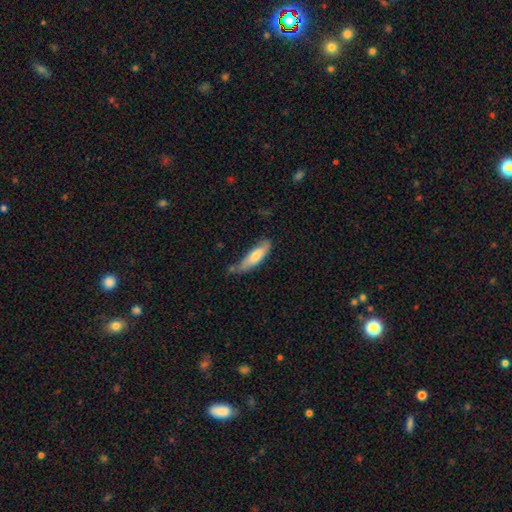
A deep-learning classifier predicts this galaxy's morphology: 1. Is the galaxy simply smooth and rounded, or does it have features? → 73% smooth, 21% featured or disk, 6% star or artifact.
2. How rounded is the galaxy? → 60% cigar-shaped, 39% in between, 2% round.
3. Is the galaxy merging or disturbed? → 55% none, 31% minor disturbance, 7% major disturbance, 7% merger.